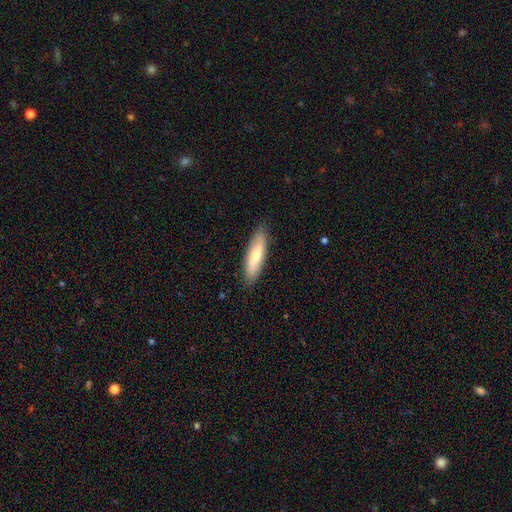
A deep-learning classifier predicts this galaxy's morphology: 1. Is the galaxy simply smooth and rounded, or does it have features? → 68% smooth, 27% featured or disk, 5% star or artifact.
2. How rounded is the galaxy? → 62% cigar-shaped, 36% in between, 2% round.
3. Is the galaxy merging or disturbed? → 85% none, 11% minor disturbance, 2% major disturbance, 1% merger.